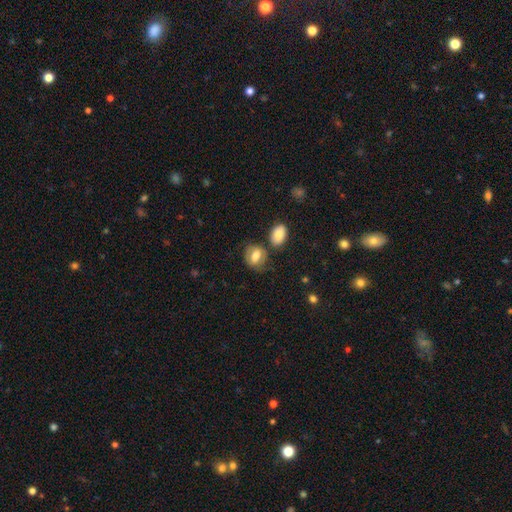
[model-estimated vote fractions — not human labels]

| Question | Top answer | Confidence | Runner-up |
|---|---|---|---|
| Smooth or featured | smooth | 69% | featured or disk (22%) |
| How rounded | in between | 63% | round (36%) |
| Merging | none | 62% | minor disturbance (18%) |